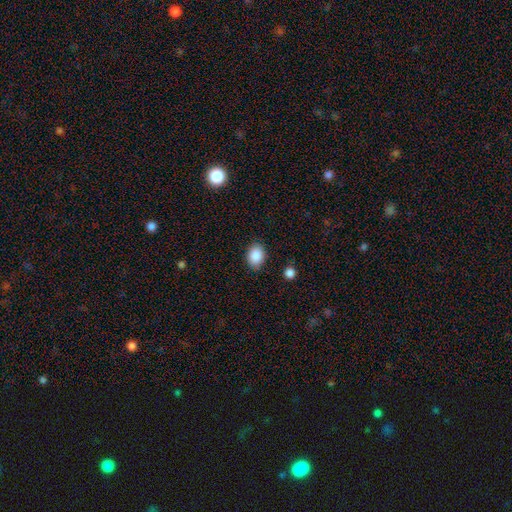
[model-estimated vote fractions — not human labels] smooth-or-featured: smooth: 88% | star or artifact: 8% | featured or disk: 5%
  how-rounded: in between: 74% | round: 25% | cigar-shaped: 1%
  merging: none: 86% | minor disturbance: 10% | major disturbance: 2% | merger: 2%